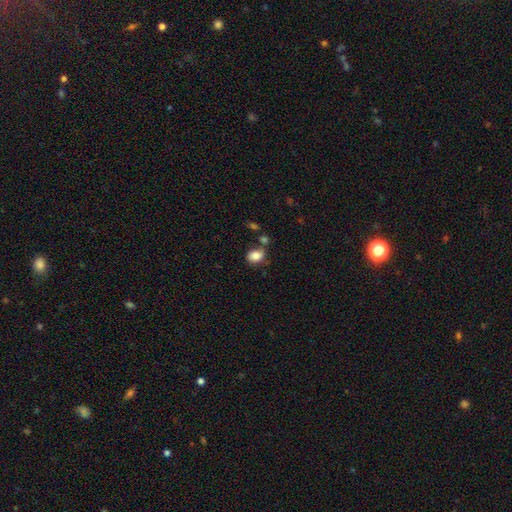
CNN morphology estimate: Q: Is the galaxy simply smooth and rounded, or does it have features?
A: smooth — 83%.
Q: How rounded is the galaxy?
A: in between — 62%.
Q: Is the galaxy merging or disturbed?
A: none — 59%.